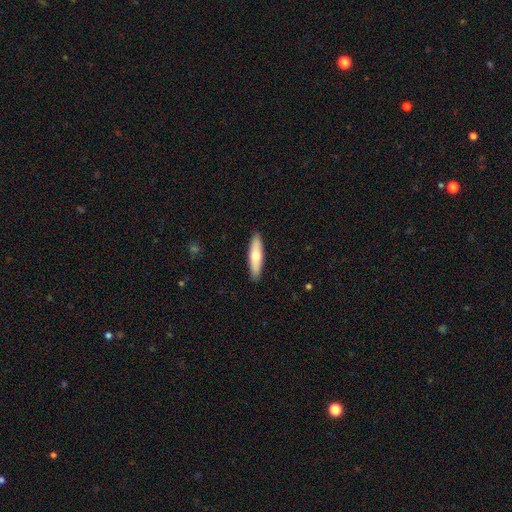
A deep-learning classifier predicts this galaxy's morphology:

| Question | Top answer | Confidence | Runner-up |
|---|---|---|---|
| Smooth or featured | smooth | 66% | featured or disk (29%) |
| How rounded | cigar-shaped | 72% | in between (26%) |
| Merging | none | 90% | minor disturbance (7%) |